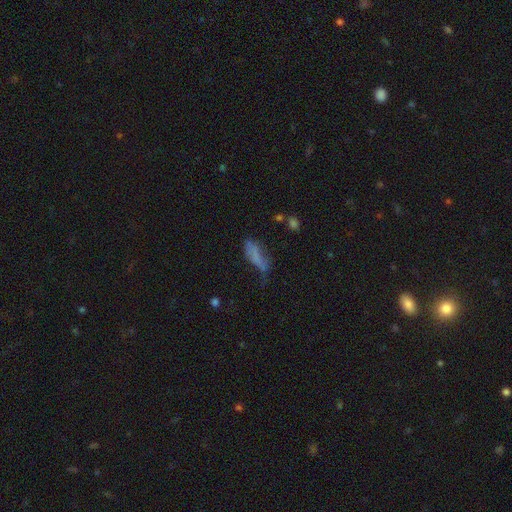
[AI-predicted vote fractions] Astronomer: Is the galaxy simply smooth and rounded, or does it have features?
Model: smooth — 65%.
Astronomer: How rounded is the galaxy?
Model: in between — 51% (runner-up: cigar-shaped, 47%).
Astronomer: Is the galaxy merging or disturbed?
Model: none — 37% (runner-up: minor disturbance, 31%).